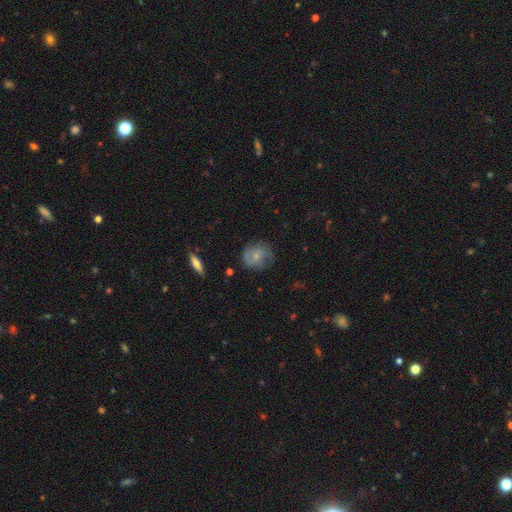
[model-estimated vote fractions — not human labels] Overall: featured or disk (49%; smooth 43%). Merging: none (67%).